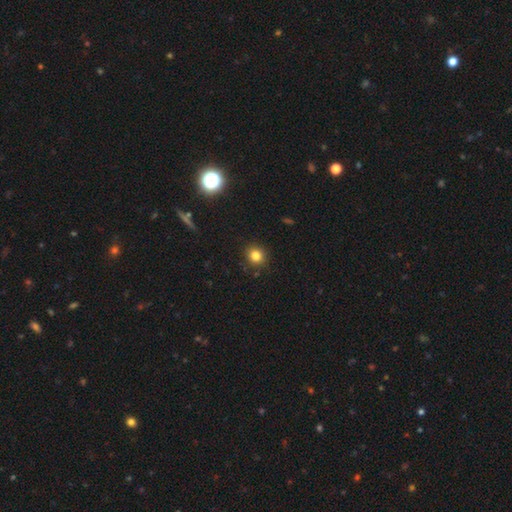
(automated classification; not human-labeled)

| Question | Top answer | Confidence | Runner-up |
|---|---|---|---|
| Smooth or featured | smooth | 81% | star or artifact (13%) |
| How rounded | round | 88% | in between (11%) |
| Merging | none | 89% | minor disturbance (7%) |